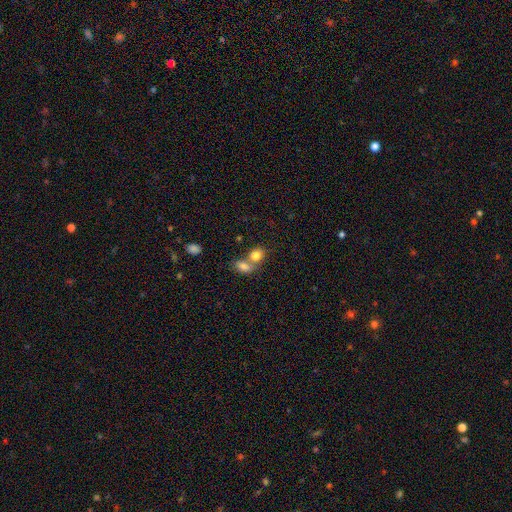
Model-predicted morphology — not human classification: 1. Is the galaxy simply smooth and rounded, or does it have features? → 80% smooth, 11% featured or disk, 10% star or artifact.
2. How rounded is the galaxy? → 51% in between, 48% round, 2% cigar-shaped.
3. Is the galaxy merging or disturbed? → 63% merger, 27% none, 6% minor disturbance, 3% major disturbance.